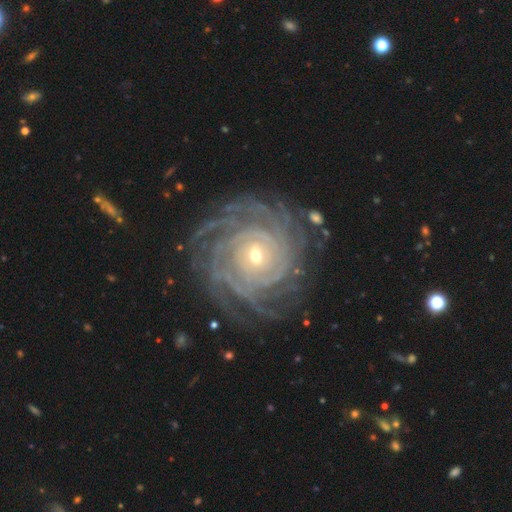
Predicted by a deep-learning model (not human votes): Smooth or featured? featured or disk (92%)
Edge-on disk? no (97%)
Bar? no (58%)
Spiral arms? yes (98%)
Spiral winding? tight (86%)
Spiral arm count? more than 4 (35%)
Bulge size? small (62%)
Merging? none (80%)